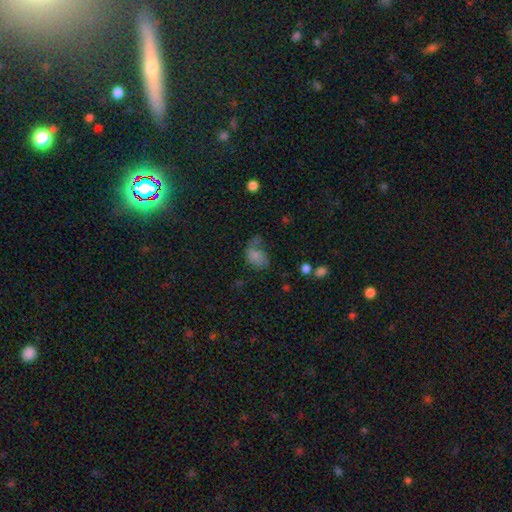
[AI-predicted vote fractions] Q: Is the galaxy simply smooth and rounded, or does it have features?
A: smooth — 65%.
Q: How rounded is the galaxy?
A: in between — 77%.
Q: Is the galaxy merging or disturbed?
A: major disturbance — 34%.